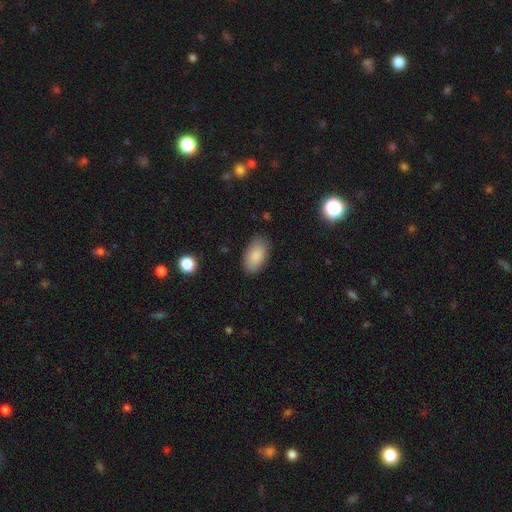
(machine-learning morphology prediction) This appears to be a smooth galaxy with no disk features (87%) that is in between round and cigar-shaped (94%). Merging: none (84%).